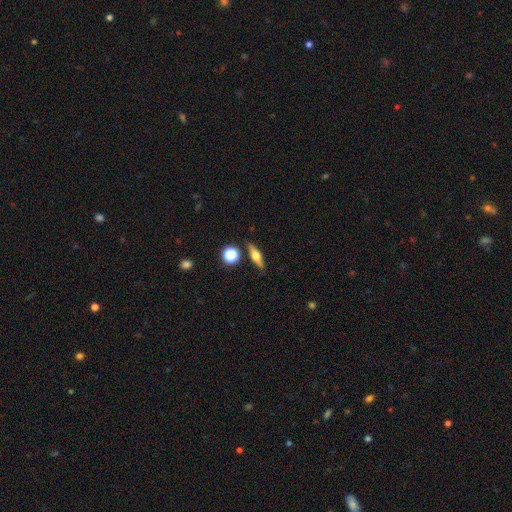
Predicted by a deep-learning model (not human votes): The model was most divided on "smooth or featured": featured or disk: 51%, smooth: 40%, star or artifact: 9%. More confident: edge-on disk — yes (92%); merging — none (83%).